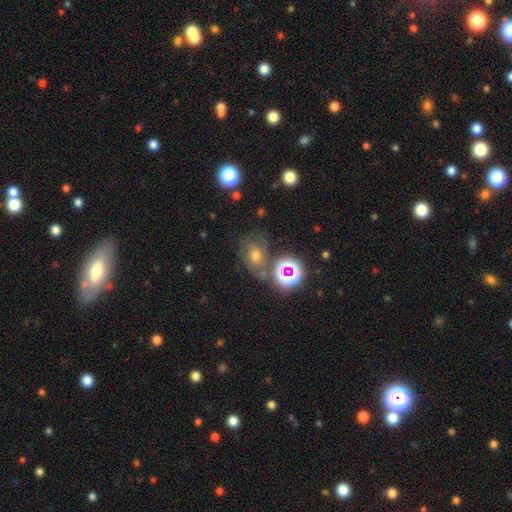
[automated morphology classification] featured or disk 35%, smooth 33%, star or artifact 32%. Down the decision tree: merging — none (57%).